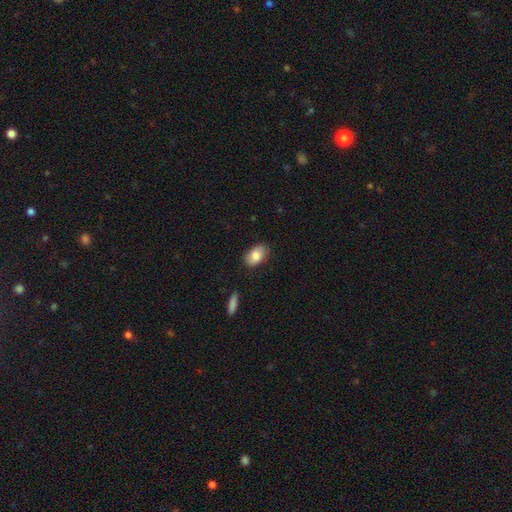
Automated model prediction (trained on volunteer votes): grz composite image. It shows a smooth galaxy with no disk features (82%) that is in between round and cigar-shaped (91%). Merging: none (82%).